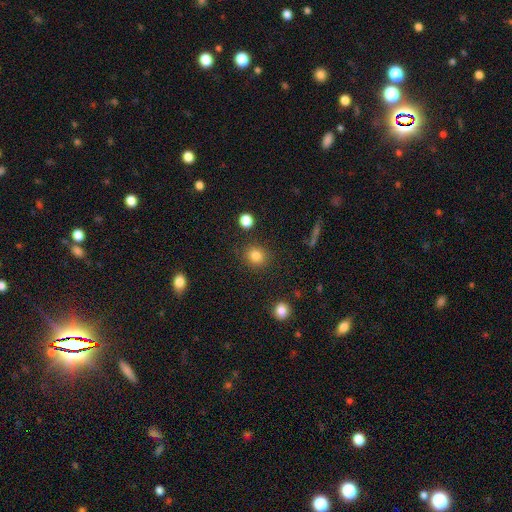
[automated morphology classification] Q: Smooth or featured?
A: smooth (83%); runner-up: star or artifact (11%)
Q: How rounded?
A: round (81%); runner-up: in between (18%)
Q: Merging?
A: none (86%); runner-up: minor disturbance (8%)